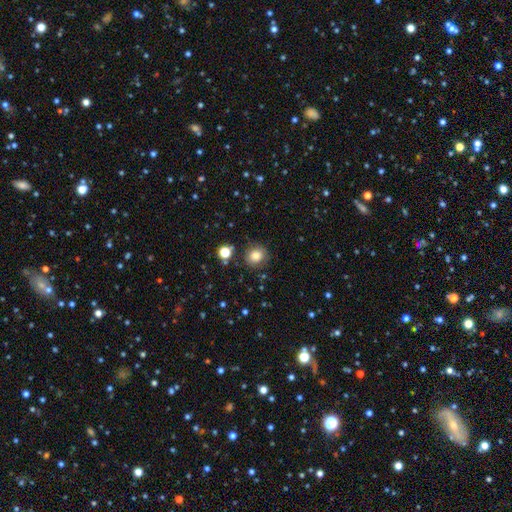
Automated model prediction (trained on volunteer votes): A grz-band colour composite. It shows a smooth galaxy with no disk features (80%) that is round (77%). Merging: none (84%).